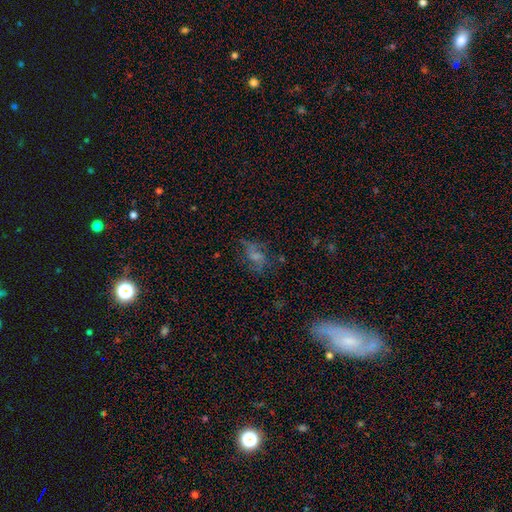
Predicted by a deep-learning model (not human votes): The model was most divided on "smooth or featured" (2-way tie): smooth: 40%, featured or disk: 40%, star or artifact: 20%. Remaining: merging — none (48%).